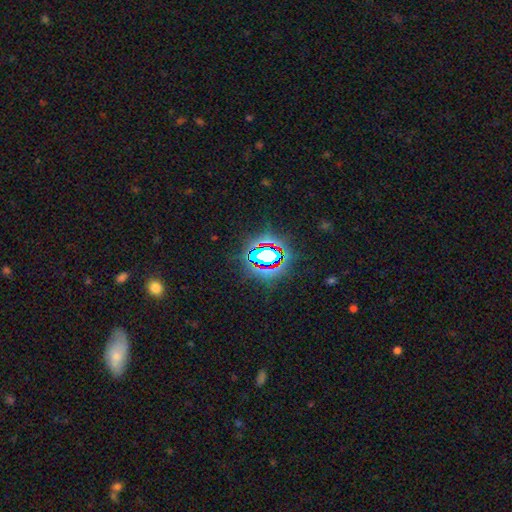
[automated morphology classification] Smooth or featured?
  - star or artifact: 70% *
  - smooth: 18%
  - featured or disk: 12%